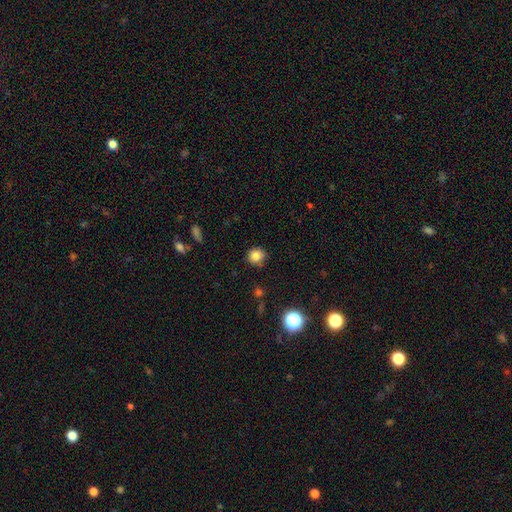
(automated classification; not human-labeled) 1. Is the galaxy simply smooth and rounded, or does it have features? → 82% smooth, 12% star or artifact, 6% featured or disk.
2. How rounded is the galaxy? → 88% round, 11% in between, 1% cigar-shaped.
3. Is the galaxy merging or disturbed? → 83% none, 13% minor disturbance, 3% major disturbance, 2% merger.